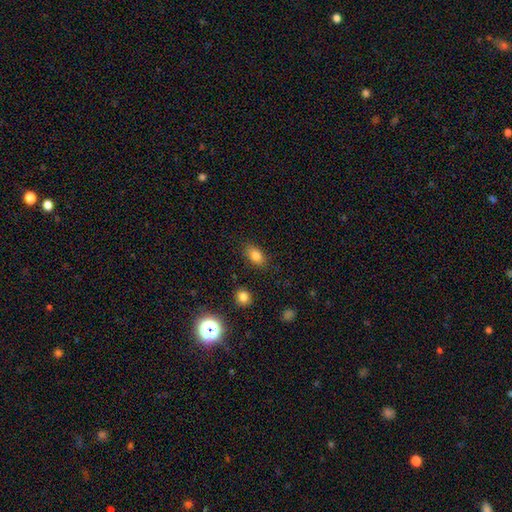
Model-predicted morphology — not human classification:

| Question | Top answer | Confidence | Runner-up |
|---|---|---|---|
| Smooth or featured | smooth | 82% | star or artifact (10%) |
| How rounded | in between | 85% | round (12%) |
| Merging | none | 84% | minor disturbance (11%) |